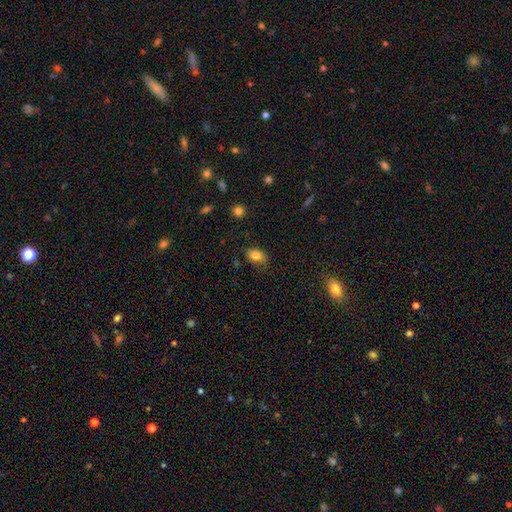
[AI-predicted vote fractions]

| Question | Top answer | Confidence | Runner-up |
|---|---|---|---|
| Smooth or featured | smooth | 82% | star or artifact (10%) |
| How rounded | in between | 80% | round (19%) |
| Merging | none | 75% | minor disturbance (19%) |